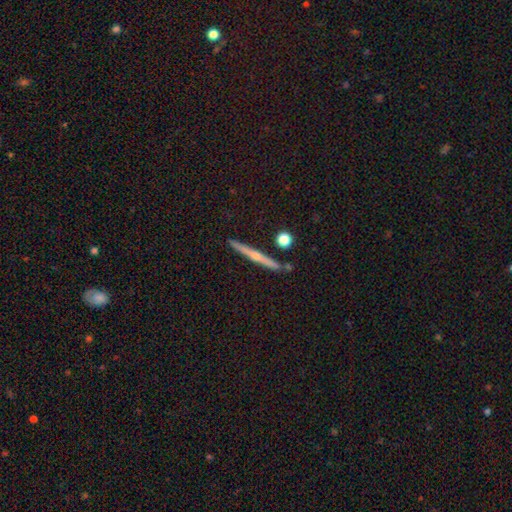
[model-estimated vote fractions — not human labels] Smooth or featured?
  - featured or disk: 67% *
  - smooth: 25%
  - star or artifact: 7%
Edge-on disk?
  - yes: 98% *
  - no: 2%
Edge-on bulge?
  - rounded: 83% *
  - none: 14%
  - boxy: 3%
Merging?
  - none: 88% *
  - minor disturbance: 7%
  - merger: 3%
  - major disturbance: 2%